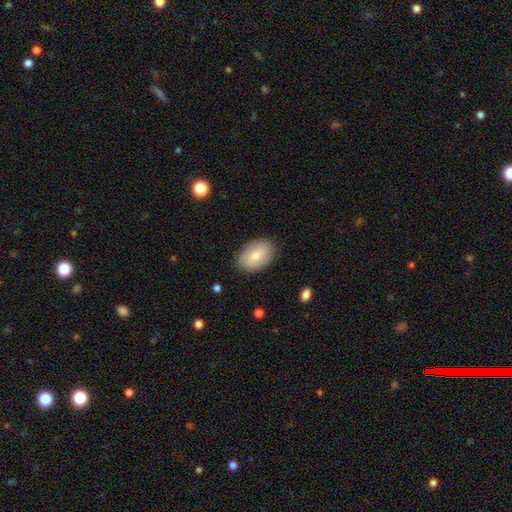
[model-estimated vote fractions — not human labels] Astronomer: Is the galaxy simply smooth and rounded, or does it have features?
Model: smooth — 72%.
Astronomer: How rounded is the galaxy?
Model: in between — 87%.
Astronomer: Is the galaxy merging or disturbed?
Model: none — 85%.